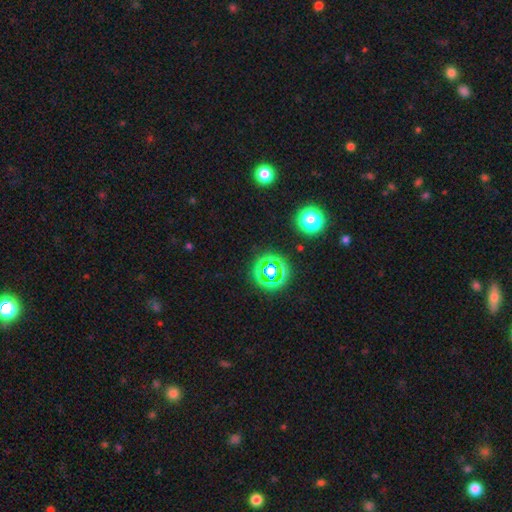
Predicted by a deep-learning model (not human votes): Smooth or featured? star or artifact (51%)